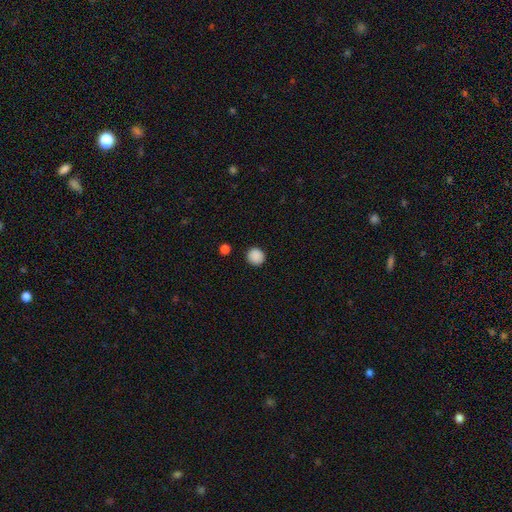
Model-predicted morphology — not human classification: This is clearly a smooth galaxy (88%). How rounded: clearly round (91%). Merging: clearly none (90%).